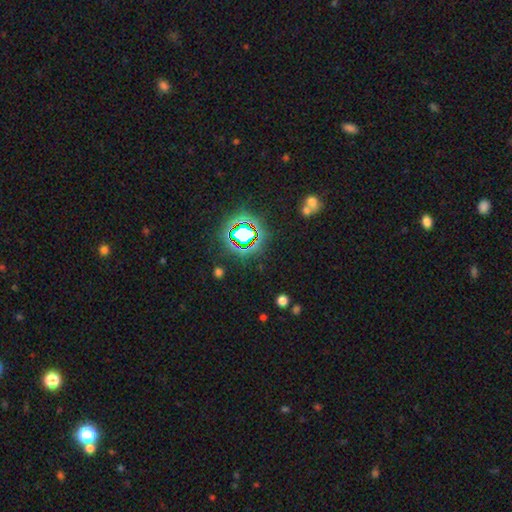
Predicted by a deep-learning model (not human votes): Smooth or featured? Predicted: star or artifact (p=0.78).